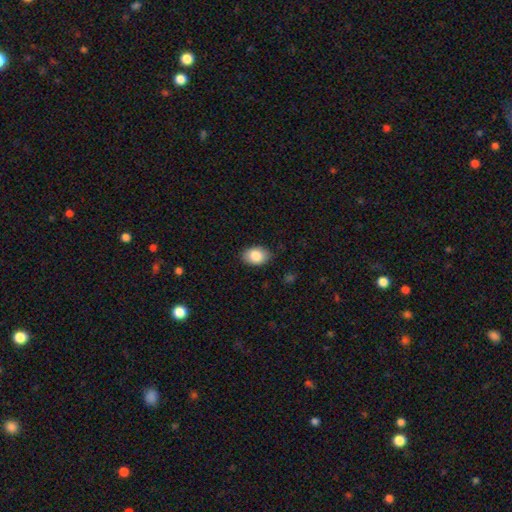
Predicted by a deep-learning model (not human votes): The model was most divided on "how rounded": in between: 84%, round: 15%, cigar-shaped: 1%. More confident: merging — none (86%); smooth or featured — smooth (86%).